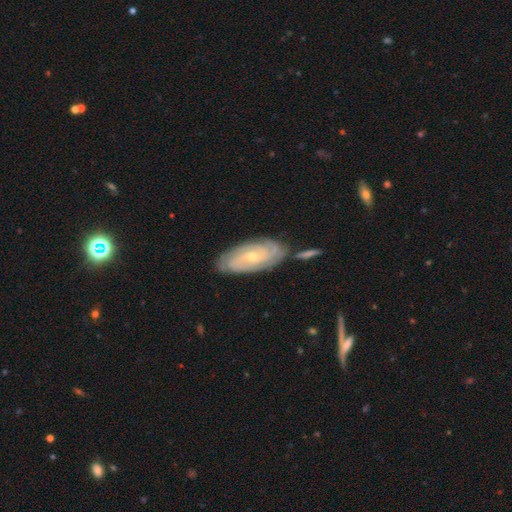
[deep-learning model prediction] Overall: featured or disk (71%). Edge-on disk: no (88%). Bar: no (70%). Spiral arms: yes (83%). Spiral arm count: can't tell (52%; 2 28%). Spiral winding: tight (74%). Bulge size: small (64%; moderate 33%). Merging: none (76%).